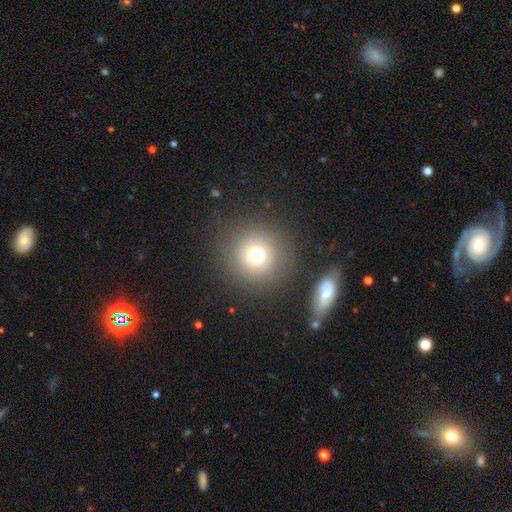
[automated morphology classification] Smooth or featured?
  - smooth: 71% *
  - star or artifact: 16%
  - featured or disk: 12%
How rounded?
  - round: 94% *
  - in between: 5%
  - cigar-shaped: 1%
Merging?
  - none: 83% *
  - minor disturbance: 8%
  - major disturbance: 5%
  - merger: 4%